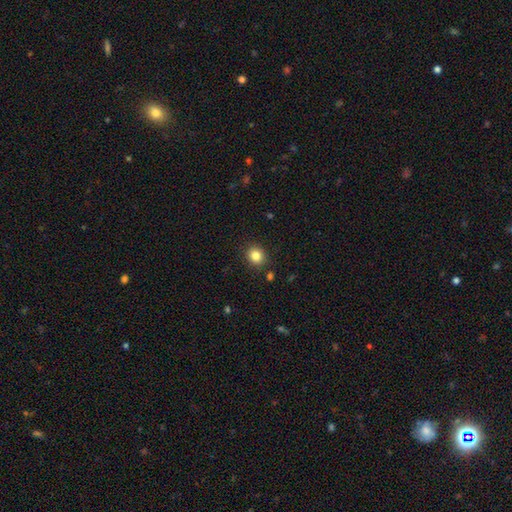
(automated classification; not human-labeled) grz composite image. It shows a smooth galaxy with no disk features (83%) that is round (80%). Merging: none (88%).